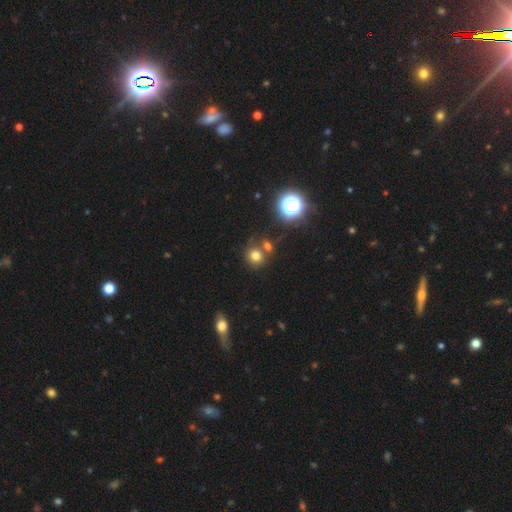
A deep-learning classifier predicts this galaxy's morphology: smooth_or_featured: smooth (p=0.72) [alt: star or artifact p=0.19]
how_rounded: round (p=0.85) [alt: in between p=0.14]
merging: none (p=0.62) [alt: merger p=0.25]